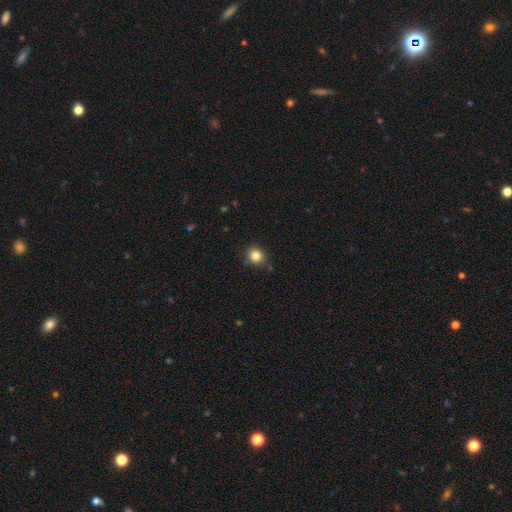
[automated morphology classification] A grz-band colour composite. It shows a smooth galaxy with no disk features (84%) that is round (83%). Merging: none (84%).